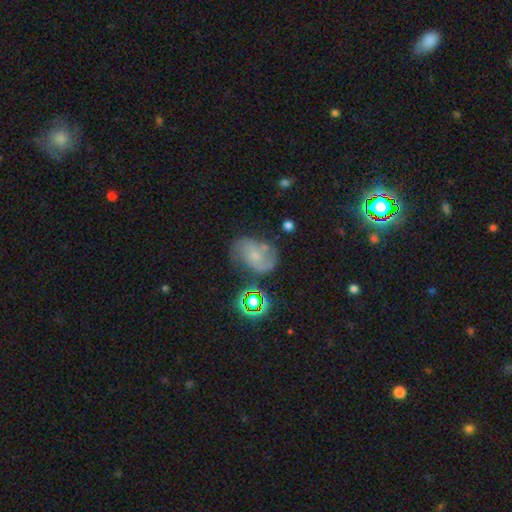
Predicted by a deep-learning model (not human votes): Smooth or featured: featured or disk — 61% (smooth — 25%)
Edge-on disk: no — 97% (yes — 3%)
Bar: no — 64% (weak — 30%)
Spiral arms: yes — 87% (no — 13%)
Spiral winding: medium — 47% (tight — 27%)
Spiral arm count: 2 — 70% (can't tell — 18%)
Bulge size: small — 60% (moderate — 27%)
Merging: none — 55% (minor disturbance — 25%)